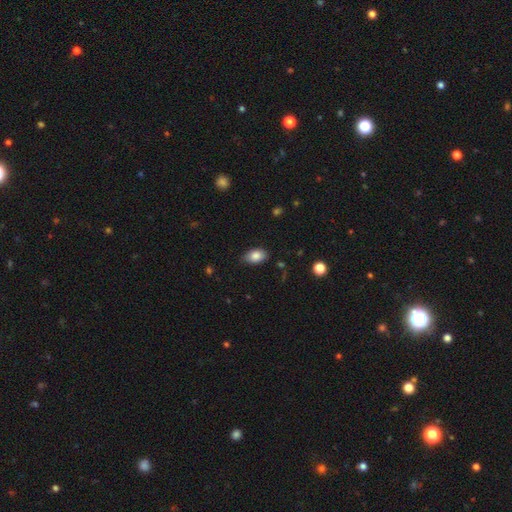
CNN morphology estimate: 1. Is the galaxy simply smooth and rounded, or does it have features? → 85% smooth, 8% star or artifact, 7% featured or disk.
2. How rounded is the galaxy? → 89% in between, 10% round, 2% cigar-shaped.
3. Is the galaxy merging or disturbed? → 78% none, 17% minor disturbance, 3% major disturbance, 1% merger.